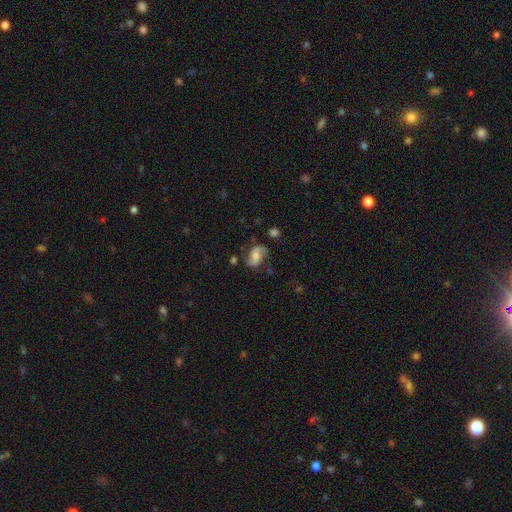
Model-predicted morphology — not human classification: Overall: featured or disk (69%). Edge-on disk: no (97%). Bar: no (52%; weak 36%). Spiral arms: yes (94%). Spiral arm count: 2 (90%). Spiral winding: loose (48%; medium 38%). Bulge size: moderate (43%; small 27%). Merging: none (68%).